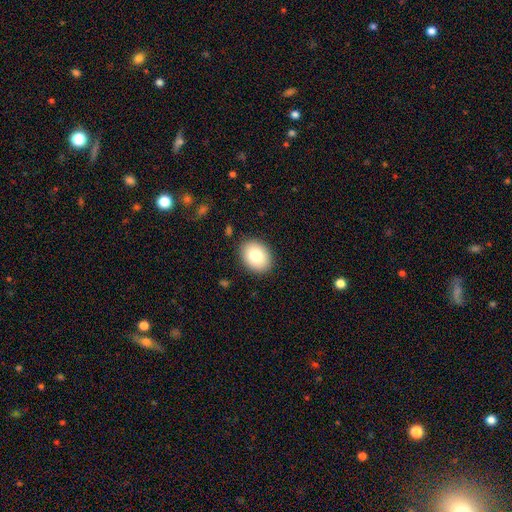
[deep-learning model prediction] Smooth or featured?
  - smooth: 80% *
  - featured or disk: 12%
  - star or artifact: 8%
How rounded?
  - in between: 62% *
  - round: 37%
  - cigar-shaped: 1%
Merging?
  - none: 88% *
  - minor disturbance: 9%
  - major disturbance: 2%
  - merger: 1%